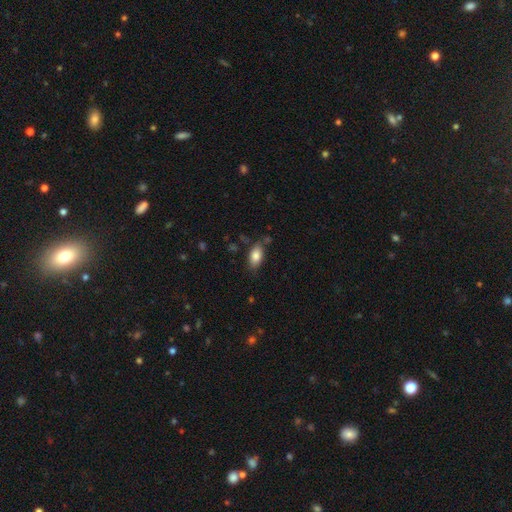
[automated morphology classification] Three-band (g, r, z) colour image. It shows a smooth galaxy with no disk features (83%) that is in between round and cigar-shaped (91%). Merging: none (74%).